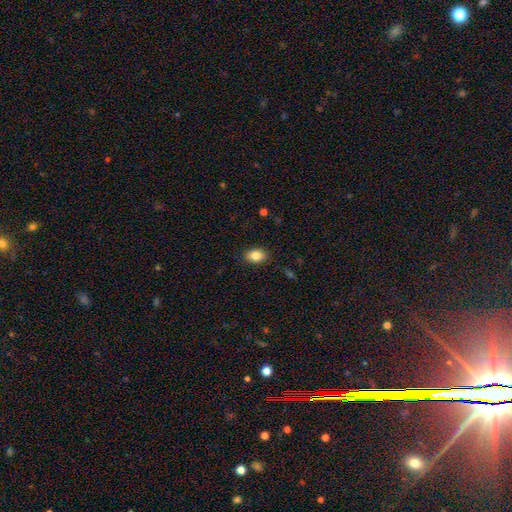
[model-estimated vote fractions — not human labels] Morphology: type=smooth (85%); roundness=in between (83%); merging=none (88%).